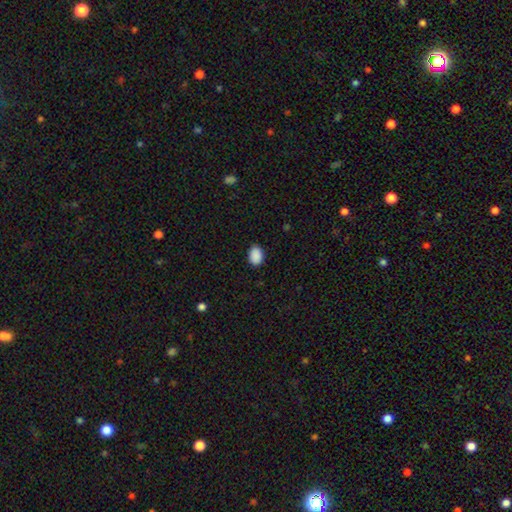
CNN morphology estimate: A smooth galaxy with no disk features (90%) that is in between round and cigar-shaped (79%). Merging: none (87%).